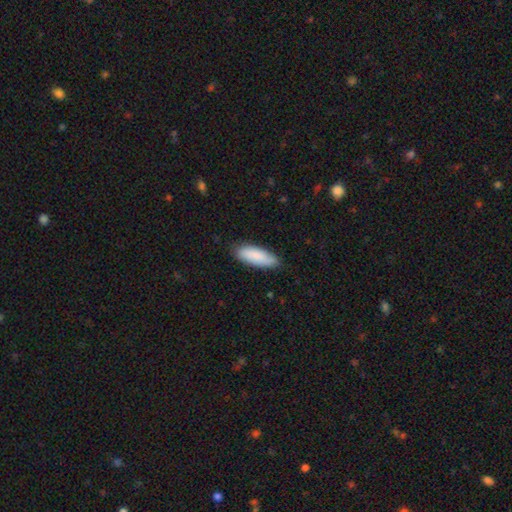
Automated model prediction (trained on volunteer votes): smooth_or_featured: smooth (p=0.84) [alt: featured or disk p=0.10]
how_rounded: in between (p=0.68) [alt: cigar-shaped p=0.31]
merging: none (p=0.83) [alt: minor disturbance p=0.14]